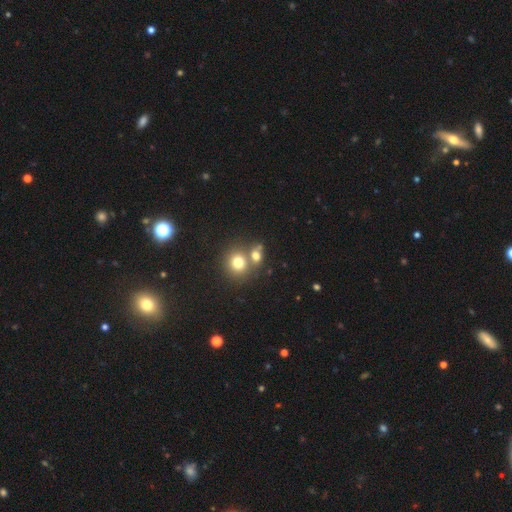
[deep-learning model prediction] Overall: smooth (74%). How rounded: round (70%). Merging: none (44%, tied with merger).